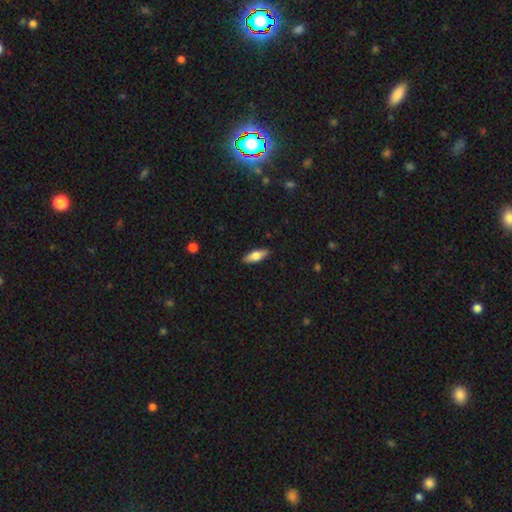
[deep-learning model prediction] smooth_or_featured: smooth (p=0.67) [alt: featured or disk p=0.27]
how_rounded: in between (p=0.62) [alt: cigar-shaped p=0.36]
merging: none (p=0.89) [alt: minor disturbance p=0.08]